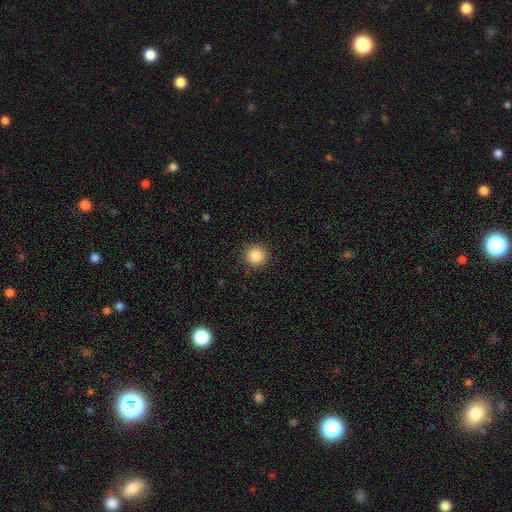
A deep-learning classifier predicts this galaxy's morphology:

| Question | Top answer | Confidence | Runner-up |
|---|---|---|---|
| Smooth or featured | smooth | 86% | star or artifact (10%) |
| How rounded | round | 95% | in between (4%) |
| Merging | none | 91% | minor disturbance (6%) |